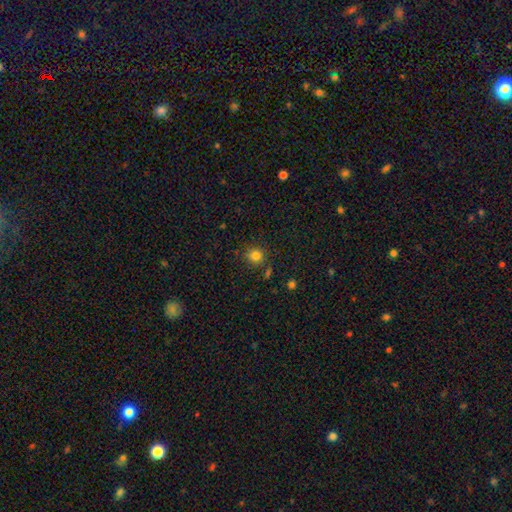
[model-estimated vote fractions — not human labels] A smooth galaxy with no disk features (82%) that is round (87%). Merging: none (83%).